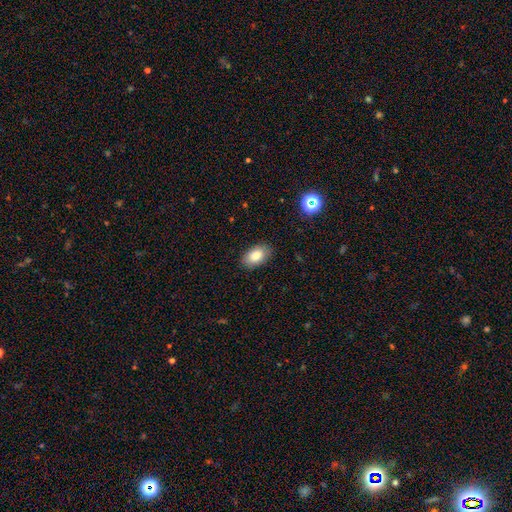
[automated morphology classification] Smooth or featured? smooth (85%)
How rounded? in between (92%)
Merging? none (86%)